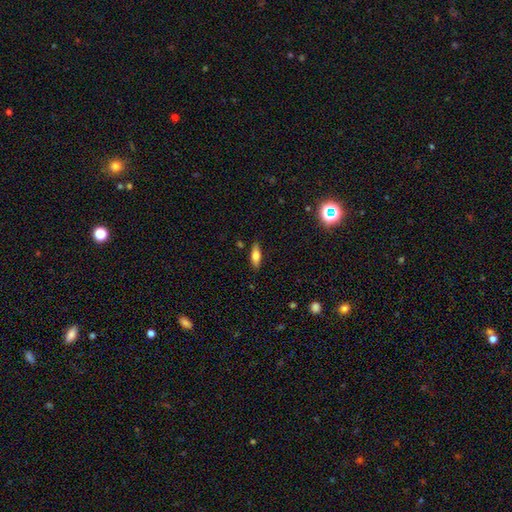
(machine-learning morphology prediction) A smooth galaxy with no disk features (64%) that is in between round and cigar-shaped (58%).

Vote fractions:
- Smooth or featured? smooth: 64% / featured or disk: 28% / star or artifact: 8%
- How rounded? in between: 58% / cigar-shaped: 39% / round: 3%
- Merging? none: 86% / minor disturbance: 10% / major disturbance: 2% / merger: 2%